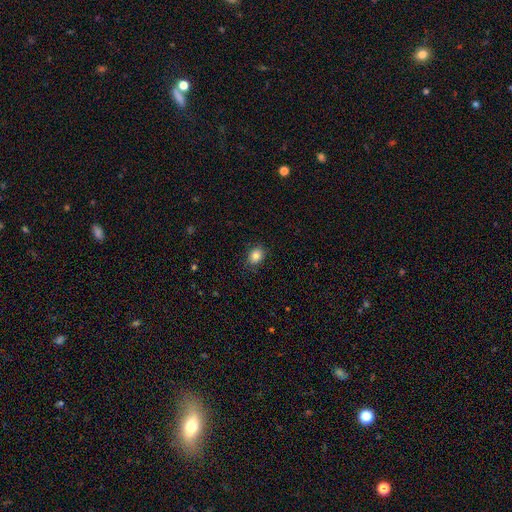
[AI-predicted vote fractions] A smooth galaxy with no disk features (84%) that is in between round and cigar-shaped (55%). Merging: none (86%).